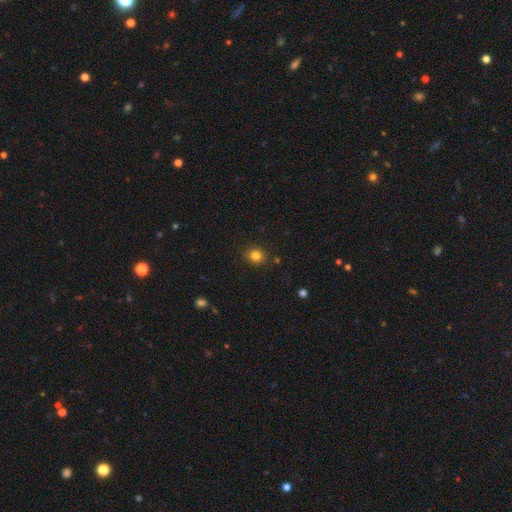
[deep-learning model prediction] Overall: smooth (82%). How rounded: round (84%). Merging: none (89%).